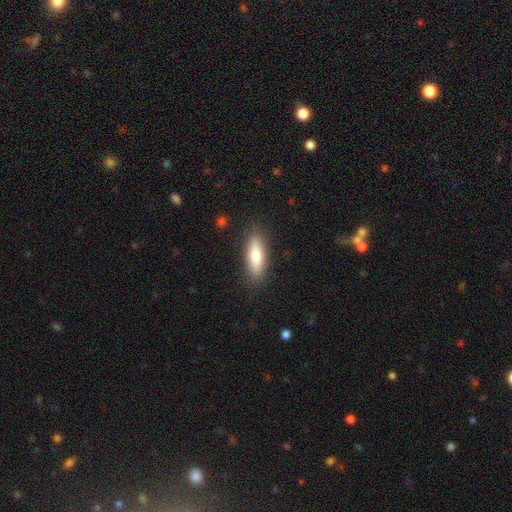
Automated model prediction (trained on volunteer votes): Morphology: type=smooth (75%); roundness=cigar-shaped (49%, tied with in between); merging=none (86%).